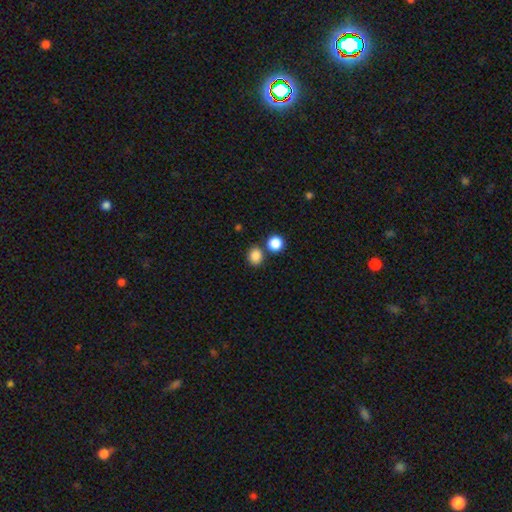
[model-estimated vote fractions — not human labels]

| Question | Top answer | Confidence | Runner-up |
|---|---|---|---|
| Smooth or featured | smooth | 85% | star or artifact (11%) |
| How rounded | round | 76% | in between (23%) |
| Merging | none | 72% | merger (17%) |